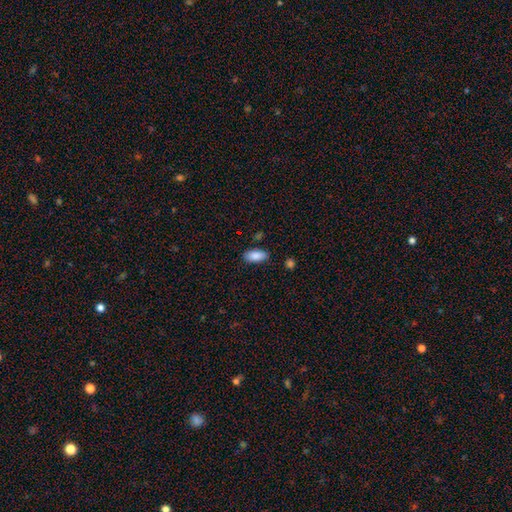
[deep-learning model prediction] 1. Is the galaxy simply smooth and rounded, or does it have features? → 88% smooth, 7% star or artifact, 6% featured or disk.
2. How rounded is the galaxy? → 91% in between, 7% cigar-shaped, 2% round.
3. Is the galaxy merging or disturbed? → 83% none, 12% minor disturbance, 3% major disturbance, 3% merger.